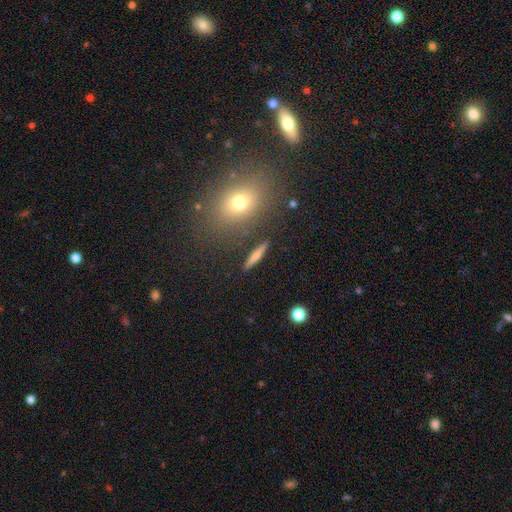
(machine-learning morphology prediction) Smooth or featured: smooth — 63% (featured or disk — 28%)
How rounded: cigar-shaped — 86% (in between — 10%)
Merging: none — 88% (minor disturbance — 7%)